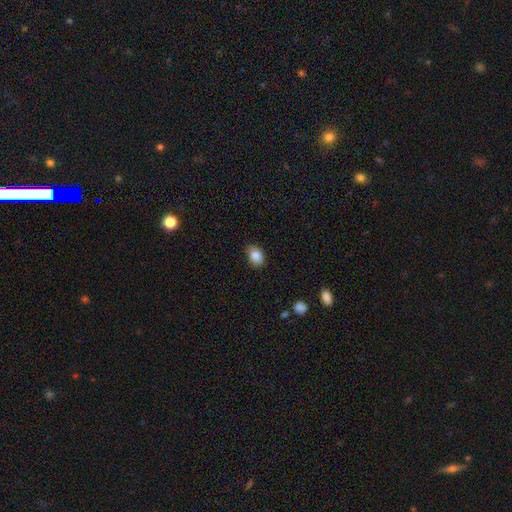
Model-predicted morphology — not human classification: This is clearly a smooth galaxy (86%). How rounded: likely in between (75%). Merging: likely none (73%).